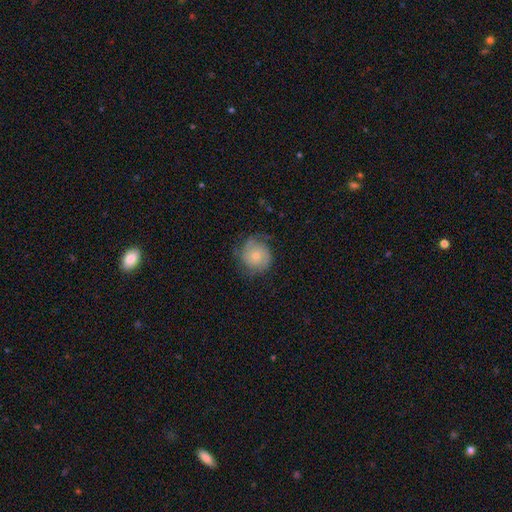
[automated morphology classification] Overall: featured or disk (51%; smooth 41%). Edge-on disk: no (98%). Merging: none (67%).